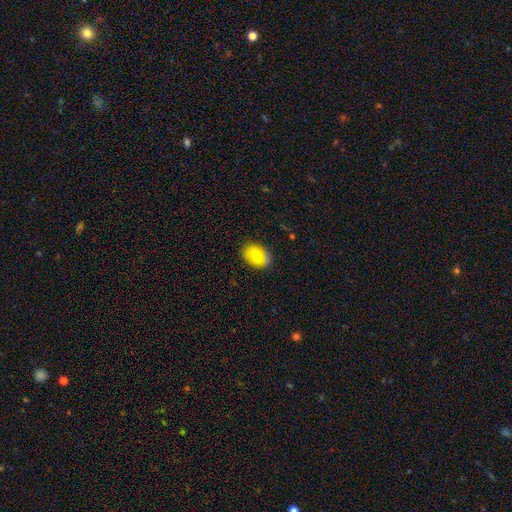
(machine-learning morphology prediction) This appears to be a smooth galaxy with no disk features (63%) that is in between round and cigar-shaped (74%). Merging: none (75%).